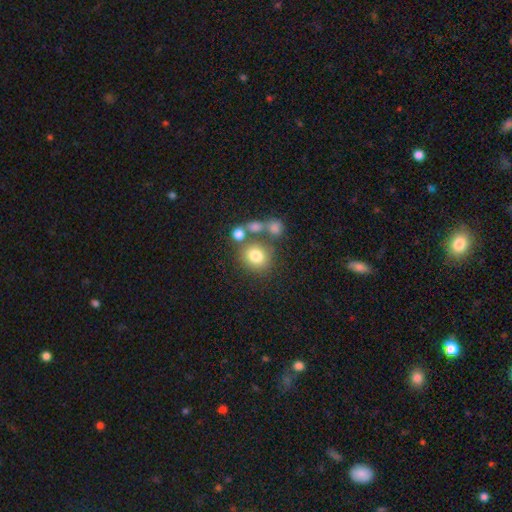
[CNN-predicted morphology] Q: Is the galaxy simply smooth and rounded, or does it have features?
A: smooth — 76%.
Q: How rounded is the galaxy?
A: round — 81%.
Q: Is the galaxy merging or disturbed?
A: none — 62%.